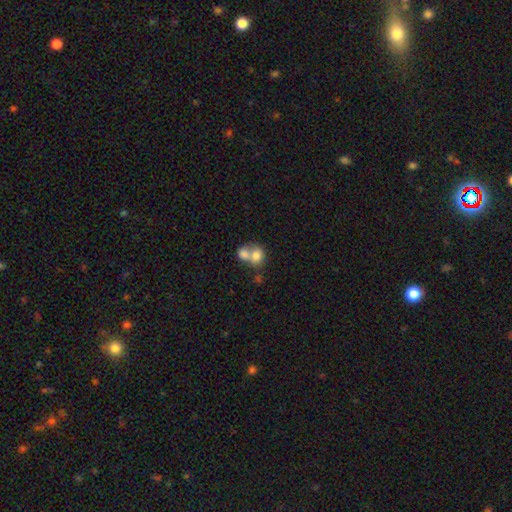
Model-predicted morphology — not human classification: Q: Smooth or featured?
A: smooth (75%); runner-up: featured or disk (15%)
Q: How rounded?
A: round (61%); runner-up: in between (38%)
Q: Merging?
A: merger (69%); runner-up: none (22%)